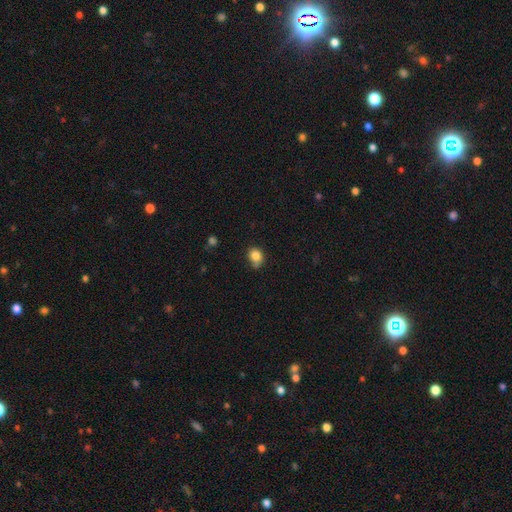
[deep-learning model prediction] This appears to be a smooth galaxy with no disk features (83%) that is round (59%). Merging: none (55%).